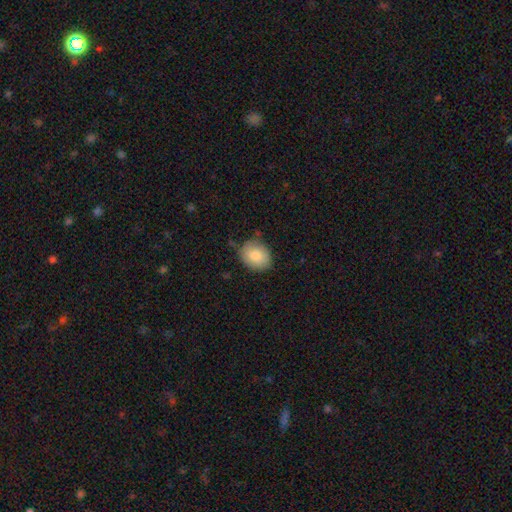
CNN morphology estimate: This appears to be a smooth galaxy with no disk features (83%) that is round (54%). Merging: none (76%).